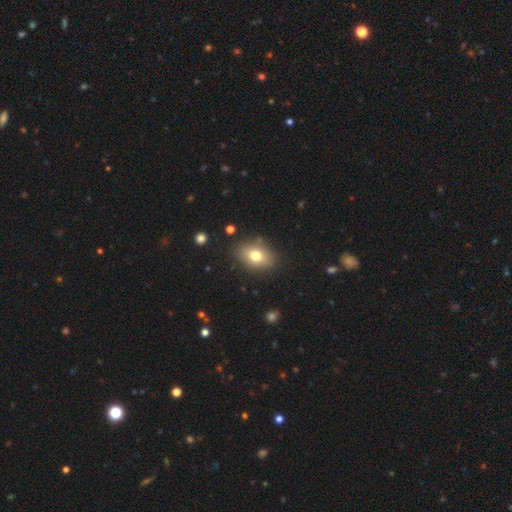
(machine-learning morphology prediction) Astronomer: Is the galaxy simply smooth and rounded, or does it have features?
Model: smooth — 75%.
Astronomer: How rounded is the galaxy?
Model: in between — 78%.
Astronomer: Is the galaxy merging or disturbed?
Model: none — 83%.